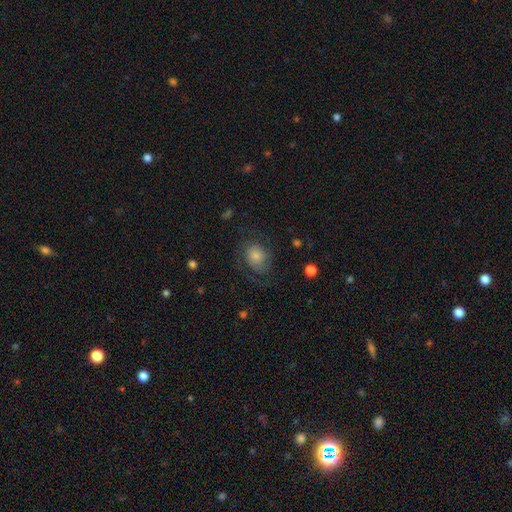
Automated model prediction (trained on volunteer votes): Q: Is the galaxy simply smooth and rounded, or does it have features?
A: featured or disk — 47%.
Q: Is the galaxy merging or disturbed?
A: none — 66%.